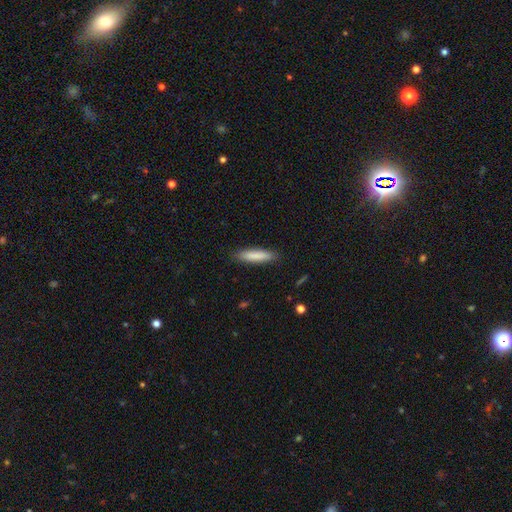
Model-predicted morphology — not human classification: A smooth galaxy with no disk features (84%) that is cigar-shaped (81%).

Vote fractions:
- Smooth or featured? smooth: 84% / featured or disk: 10% / star or artifact: 6%
- How rounded? cigar-shaped: 81% / in between: 18% / round: 1%
- Merging? none: 88% / minor disturbance: 9% / major disturbance: 2% / merger: 1%